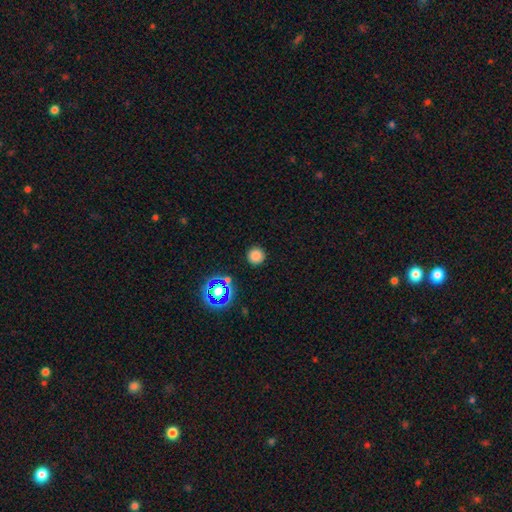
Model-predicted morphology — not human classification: Q: Smooth or featured?
A: smooth (80%); runner-up: star or artifact (16%)
Q: How rounded?
A: round (95%); runner-up: in between (4%)
Q: Merging?
A: none (90%); runner-up: minor disturbance (6%)